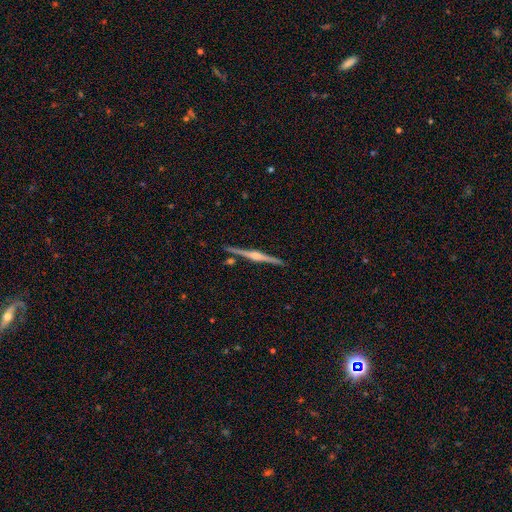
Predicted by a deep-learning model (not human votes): Q: Smooth or featured?
A: featured or disk (85%); runner-up: smooth (10%)
Q: Edge-on disk?
A: yes (99%); runner-up: no (1%)
Q: Edge-on bulge?
A: rounded (86%); runner-up: boxy (10%)
Q: Merging?
A: none (90%); runner-up: minor disturbance (6%)